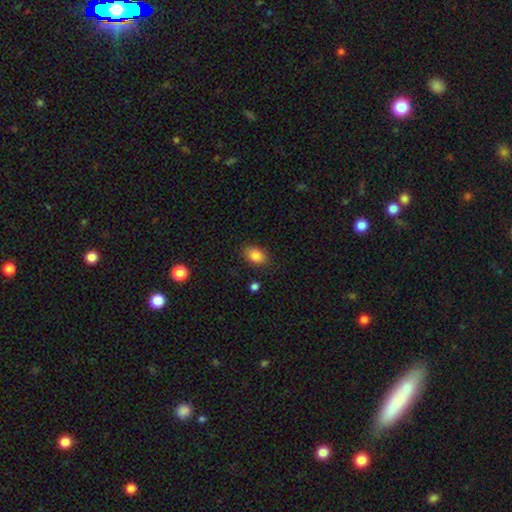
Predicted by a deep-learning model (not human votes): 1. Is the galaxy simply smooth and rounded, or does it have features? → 85% smooth, 9% star or artifact, 7% featured or disk.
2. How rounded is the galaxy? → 76% in between, 23% round, 1% cigar-shaped.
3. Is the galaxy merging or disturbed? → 84% none, 12% minor disturbance, 3% major disturbance, 2% merger.